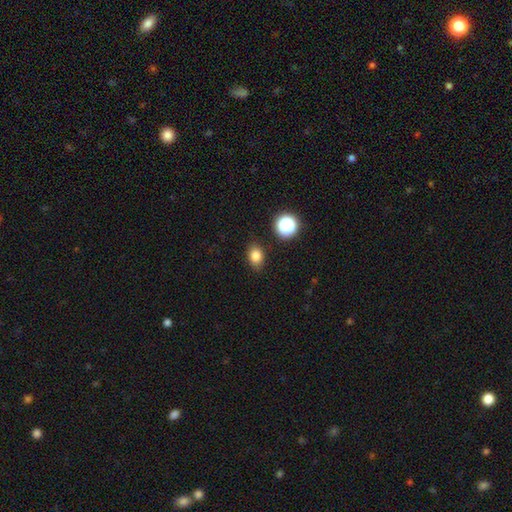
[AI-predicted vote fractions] Morphology: type=smooth (81%); roundness=in between (65%); merging=none (84%).